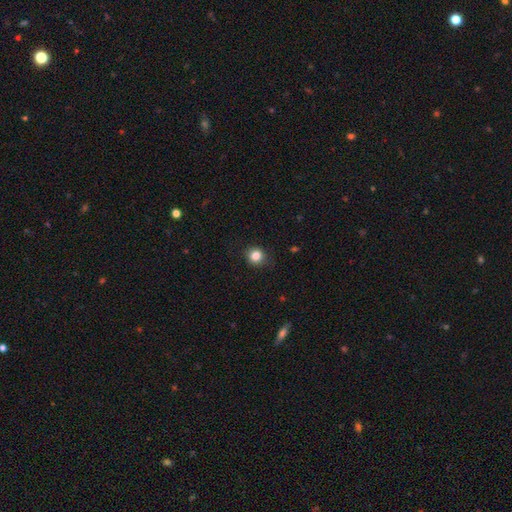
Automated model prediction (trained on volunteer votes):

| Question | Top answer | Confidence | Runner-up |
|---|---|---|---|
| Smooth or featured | smooth | 84% | star or artifact (11%) |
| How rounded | round | 87% | in between (12%) |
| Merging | none | 87% | minor disturbance (9%) |